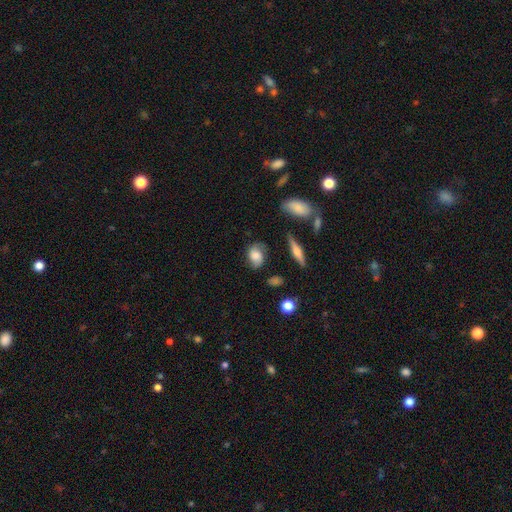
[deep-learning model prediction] Morphology: type=smooth (54%); roundness=in between (71%); merging=none (66%).